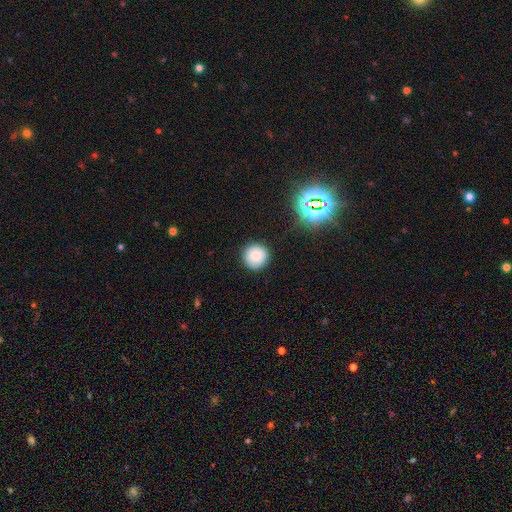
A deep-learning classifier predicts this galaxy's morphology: A smooth galaxy with no disk features (80%) that is round (96%). Merging: none (90%).